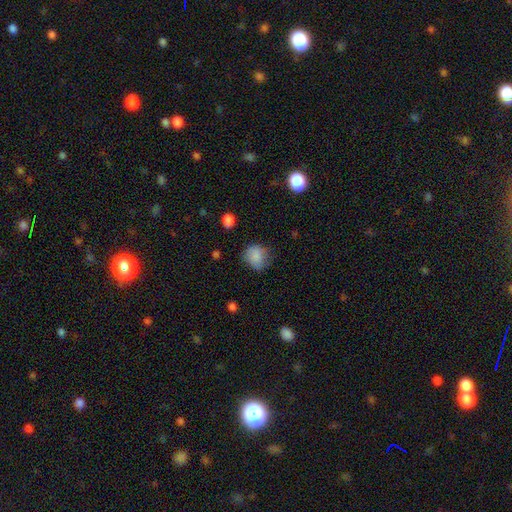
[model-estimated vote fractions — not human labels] A smooth galaxy with no disk features (82%) that is round (72%). Merging: none (60%).